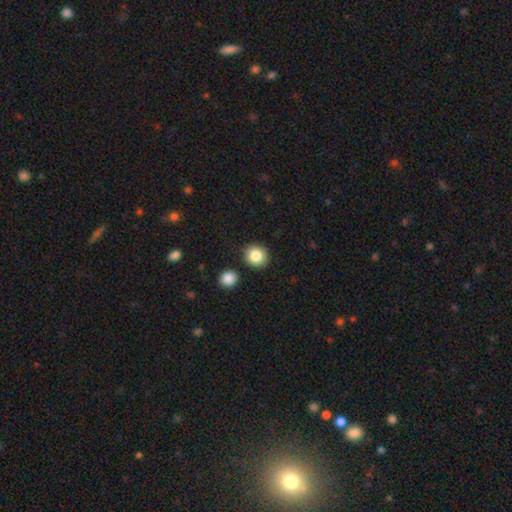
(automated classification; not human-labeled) Q: Smooth or featured?
A: smooth (85%); runner-up: star or artifact (9%)
Q: How rounded?
A: round (86%); runner-up: in between (13%)
Q: Merging?
A: none (86%); runner-up: minor disturbance (7%)